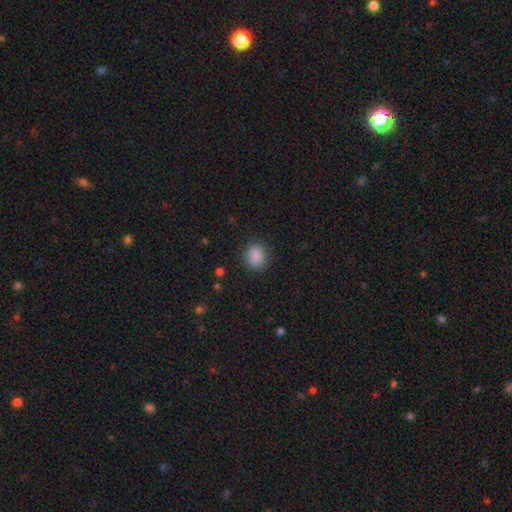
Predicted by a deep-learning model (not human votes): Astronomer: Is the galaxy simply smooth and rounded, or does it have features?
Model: smooth — 88%.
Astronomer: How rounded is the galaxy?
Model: round — 66%.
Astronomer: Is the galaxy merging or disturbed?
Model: none — 86%.